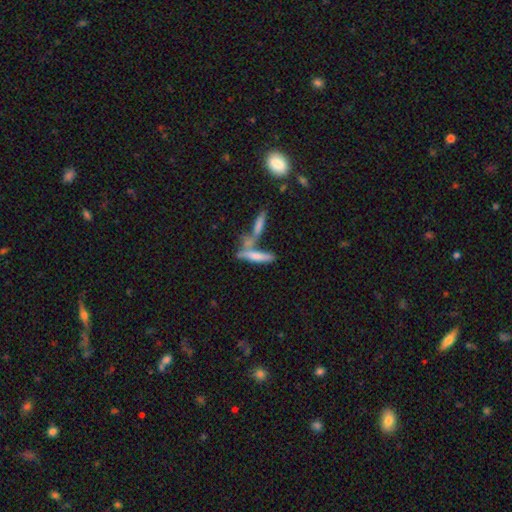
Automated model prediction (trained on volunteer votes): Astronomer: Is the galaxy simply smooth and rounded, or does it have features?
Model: smooth — 61%.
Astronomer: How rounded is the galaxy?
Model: cigar-shaped — 78%.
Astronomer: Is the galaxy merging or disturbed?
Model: none — 43% (runner-up: merger, 42%).